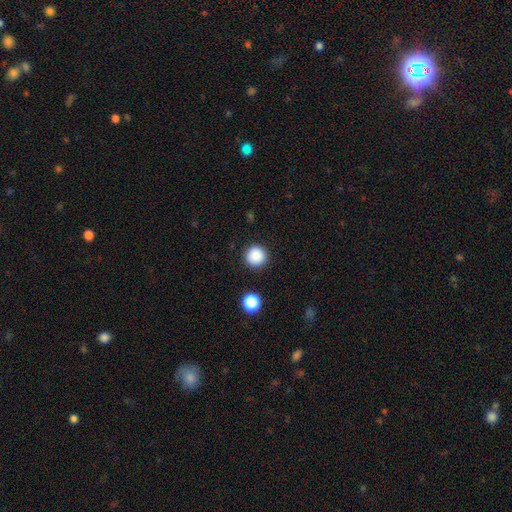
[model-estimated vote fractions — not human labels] This appears to be a smooth galaxy with no disk features (87%) that is round (96%). Merging: none (91%).